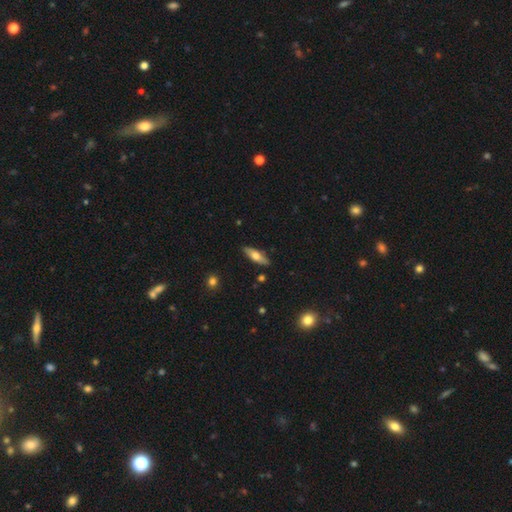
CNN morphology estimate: smooth 59%, featured or disk 35%, star or artifact 6%. Down the decision tree: how rounded — in between (52%); merging — none (87%).